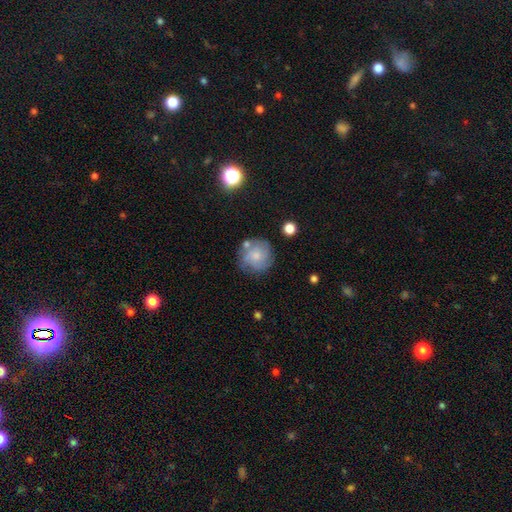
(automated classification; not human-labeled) A smooth galaxy with no disk features (51%) that is round (91%).

Vote fractions:
- Smooth or featured? smooth: 51% / featured or disk: 40% / star or artifact: 8%
- How rounded? round: 91% / in between: 8% / cigar-shaped: 1%
- Merging? none: 72% / minor disturbance: 17% / merger: 6% / major disturbance: 6%